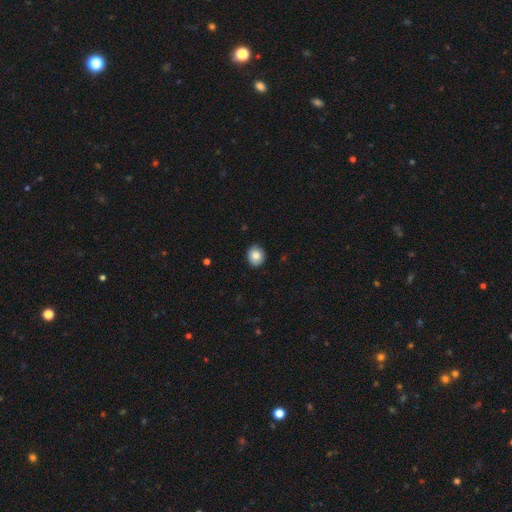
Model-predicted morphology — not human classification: The model was most divided on "how rounded": round: 76%, in between: 23%, cigar-shaped: 1%. More confident: merging — none (88%); smooth or featured — smooth (85%).